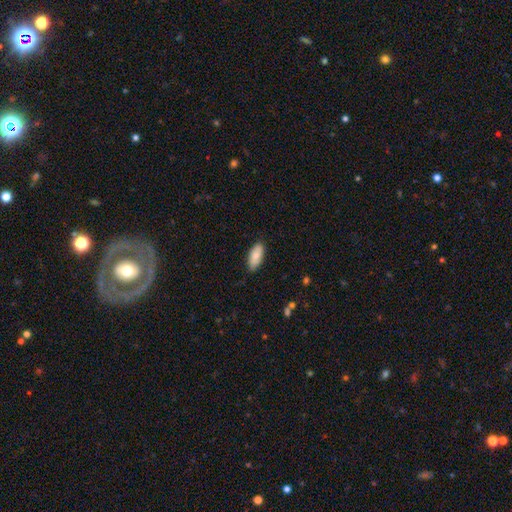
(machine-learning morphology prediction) This is clearly a smooth galaxy (81%). How rounded: clearly in between (87%). Merging: clearly none (84%).